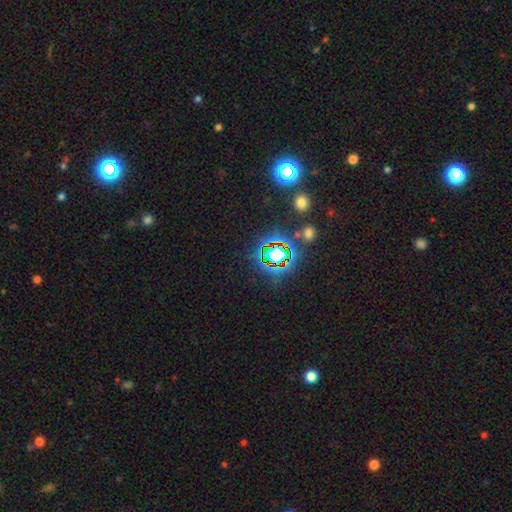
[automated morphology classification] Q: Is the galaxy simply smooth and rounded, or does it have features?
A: star or artifact — 79%.